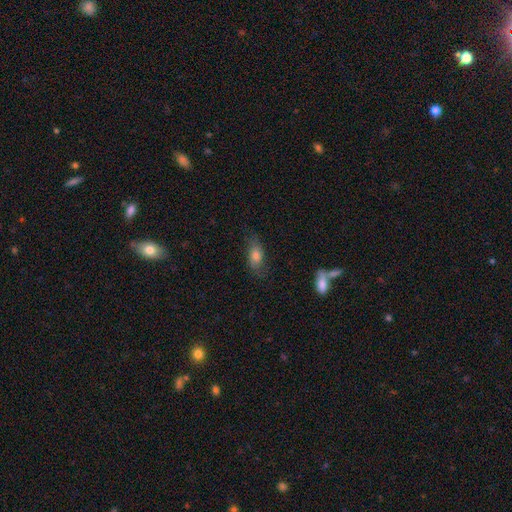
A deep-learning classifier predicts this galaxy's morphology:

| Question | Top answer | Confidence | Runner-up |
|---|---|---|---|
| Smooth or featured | smooth | 70% | featured or disk (21%) |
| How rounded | in between | 80% | cigar-shaped (14%) |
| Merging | none | 69% | minor disturbance (21%) |